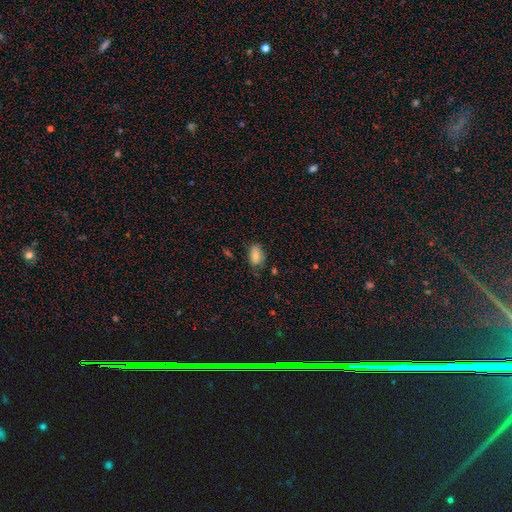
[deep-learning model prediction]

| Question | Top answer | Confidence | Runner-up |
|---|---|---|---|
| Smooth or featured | smooth | 82% | featured or disk (10%) |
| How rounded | in between | 88% | round (11%) |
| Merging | none | 67% | minor disturbance (25%) |